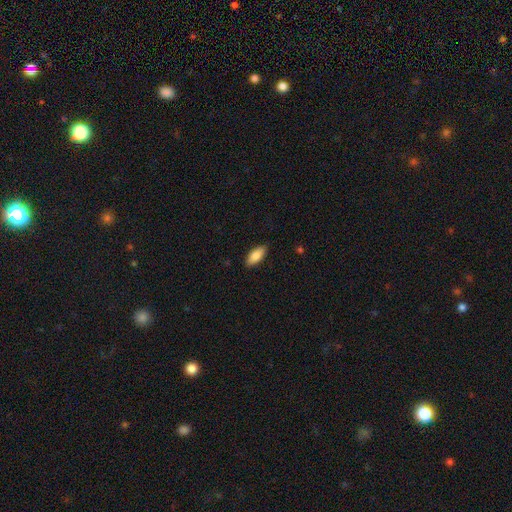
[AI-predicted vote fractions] A smooth galaxy with no disk features (86%) that is in between round and cigar-shaped (88%).

Vote fractions:
- Smooth or featured? smooth: 86% / featured or disk: 8% / star or artifact: 6%
- How rounded? in between: 88% / cigar-shaped: 10% / round: 2%
- Merging? none: 86% / minor disturbance: 11% / major disturbance: 2% / merger: 1%